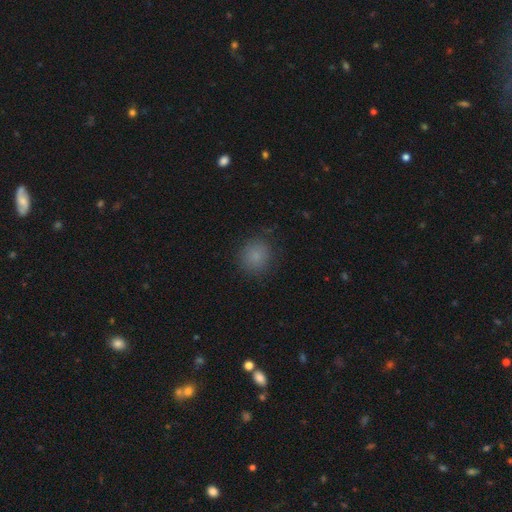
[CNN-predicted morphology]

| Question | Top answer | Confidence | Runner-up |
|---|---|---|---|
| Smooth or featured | smooth | 83% | star or artifact (12%) |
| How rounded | round | 88% | in between (11%) |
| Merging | none | 84% | minor disturbance (11%) |